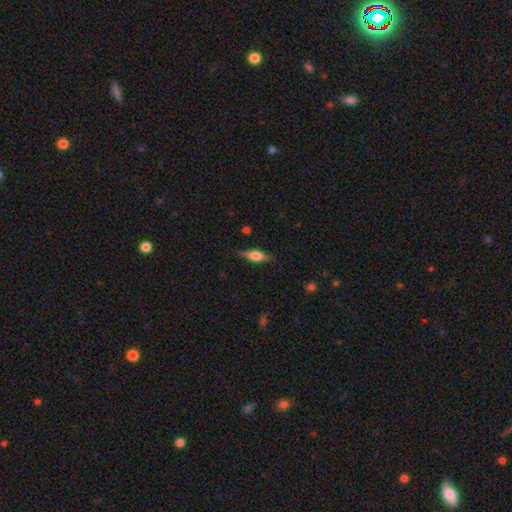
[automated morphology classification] Q: Smooth or featured?
A: featured or disk (54%); runner-up: smooth (39%)
Q: Edge-on disk?
A: yes (95%); runner-up: no (5%)
Q: Edge-on bulge?
A: rounded (82%); runner-up: boxy (15%)
Q: Merging?
A: none (83%); runner-up: minor disturbance (13%)